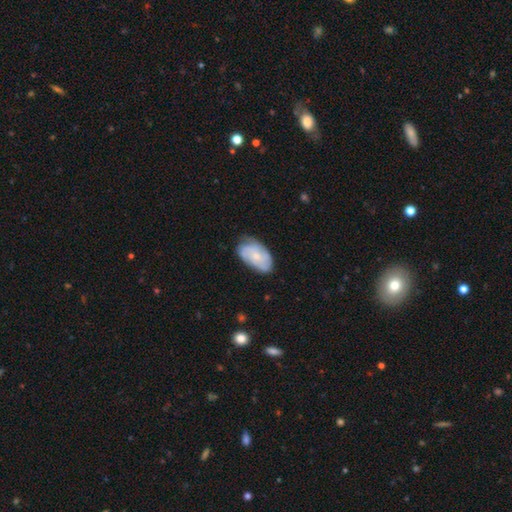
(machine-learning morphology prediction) Smooth or featured? smooth (47%, tied with featured or disk)
Merging? none (60%)